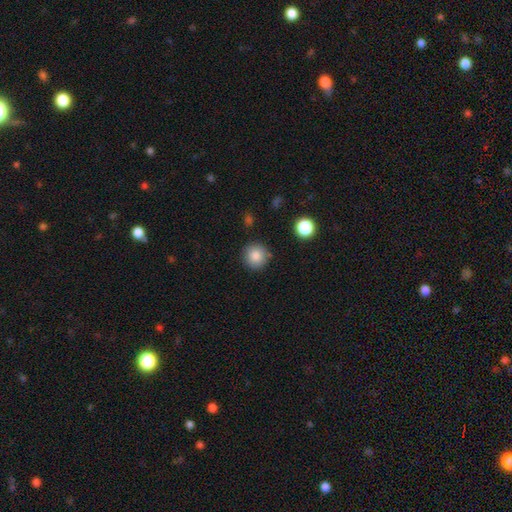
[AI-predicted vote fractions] This is clearly a smooth galaxy (85%). How rounded: clearly round (94%). Merging: clearly none (87%).